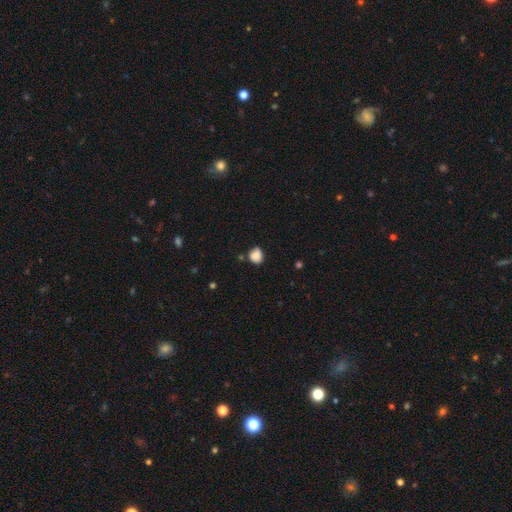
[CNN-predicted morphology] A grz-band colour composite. It shows a smooth galaxy with no disk features (84%) that is round (63%). Merging: none (61%).